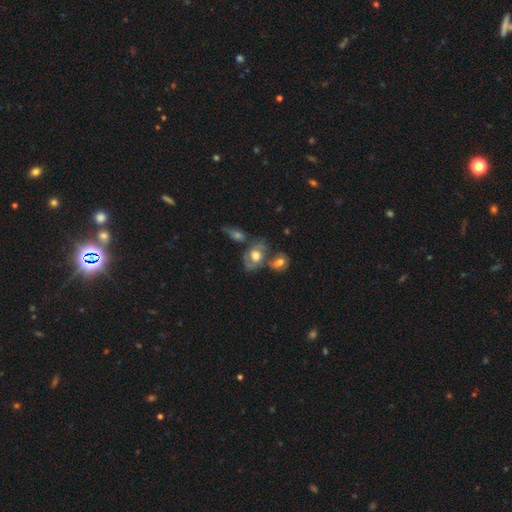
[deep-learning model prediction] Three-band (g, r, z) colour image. It shows a smooth galaxy with no disk features (46%). Merging: merger (38%).